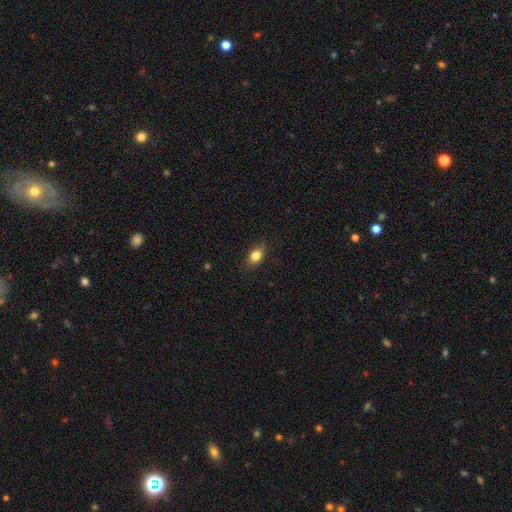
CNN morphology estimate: type=smooth (82%); roundness=in between (73%); merging=none (78%).